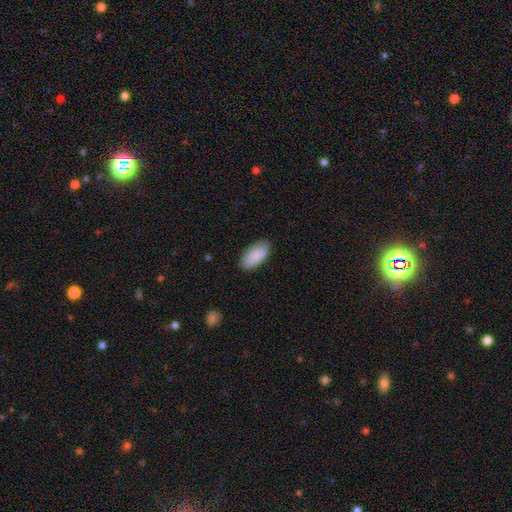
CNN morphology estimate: This appears to be a smooth galaxy with no disk features (88%) that is in between round and cigar-shaped (94%). Merging: none (86%).